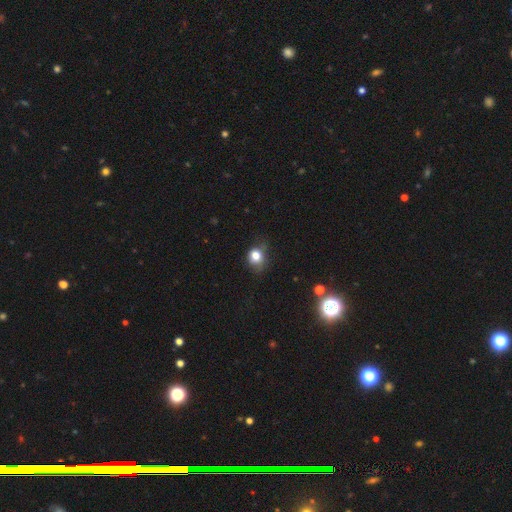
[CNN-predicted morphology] Smooth or featured? Predicted: smooth (p=0.78). How rounded? Predicted: round (p=0.70). Merging? Predicted: none (p=0.56).